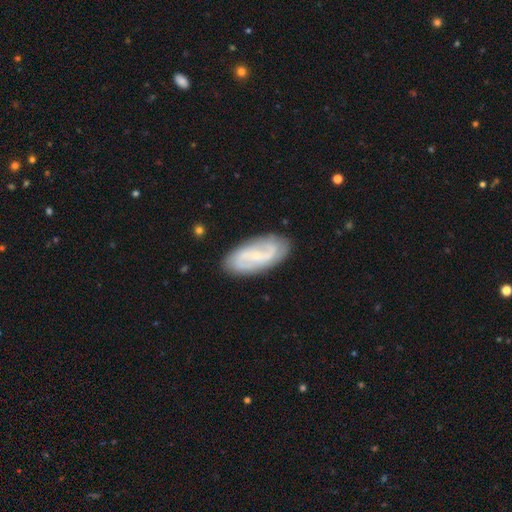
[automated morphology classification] This is likely a featured or disk galaxy (72%). It is clearly not viewed edge-on (94%). Bar: possibly weak (47%). Spiral arm pattern: clearly yes (91%). Spiral arm count: likely 2 (66%). Spiral winding: marginally medium (41%). Central bulge: likely small (71%). Merging: clearly none (83%).